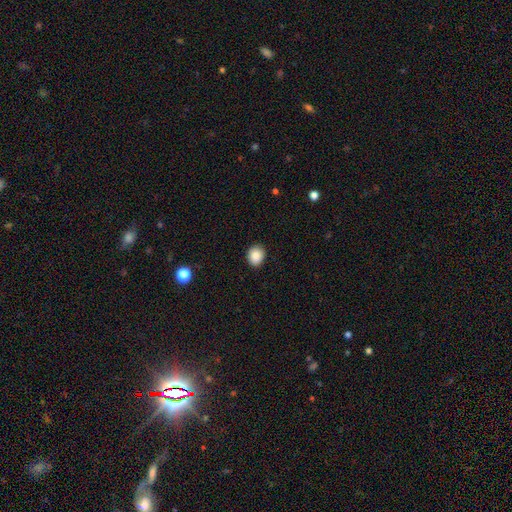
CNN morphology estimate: A smooth galaxy with no disk features (88%) that is round (66%). Merging: none (88%).